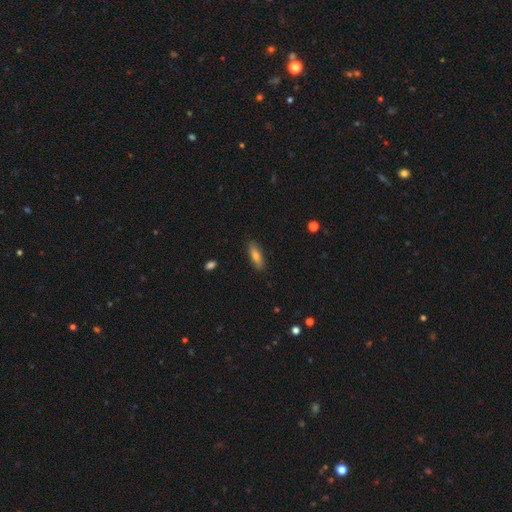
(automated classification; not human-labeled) Q: Smooth or featured?
A: smooth (72%); runner-up: featured or disk (21%)
Q: How rounded?
A: in between (52%); runner-up: cigar-shaped (46%)
Q: Merging?
A: none (86%); runner-up: minor disturbance (10%)